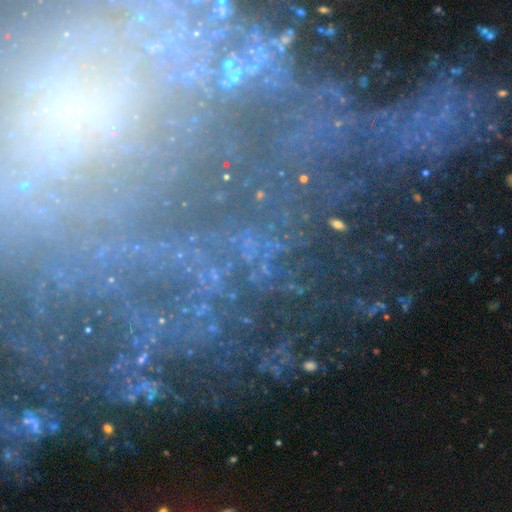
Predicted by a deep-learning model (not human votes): Overall: star or artifact (71%).